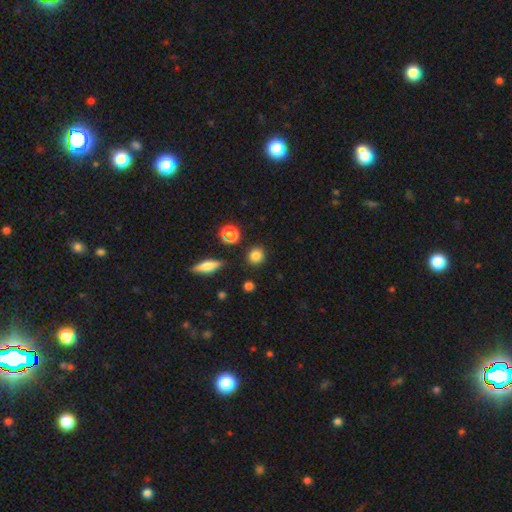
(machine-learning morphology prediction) This appears to be a smooth galaxy with no disk features (83%) that is round (83%). Merging: none (88%).